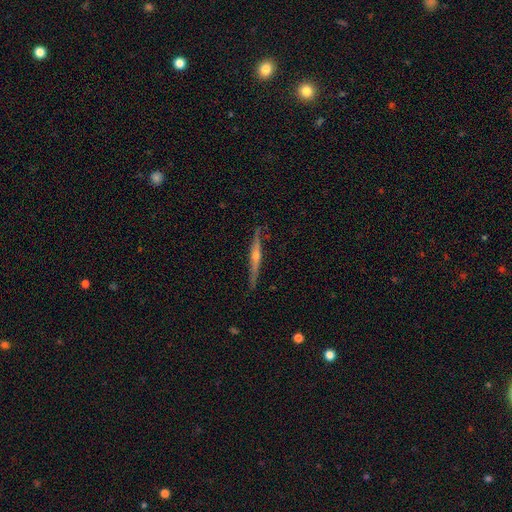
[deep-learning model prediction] A featured or disk galaxy (77%) viewed edge-on (97%) with a rounded central bulge (84%).

Vote fractions:
- Smooth or featured? featured or disk: 77% / smooth: 17% / star or artifact: 6%
- Edge-on disk? yes: 97% / no: 3%
- Edge-on bulge? rounded: 84% / none: 11% / boxy: 5%
- Merging? none: 85% / minor disturbance: 12% / major disturbance: 2% / merger: 1%